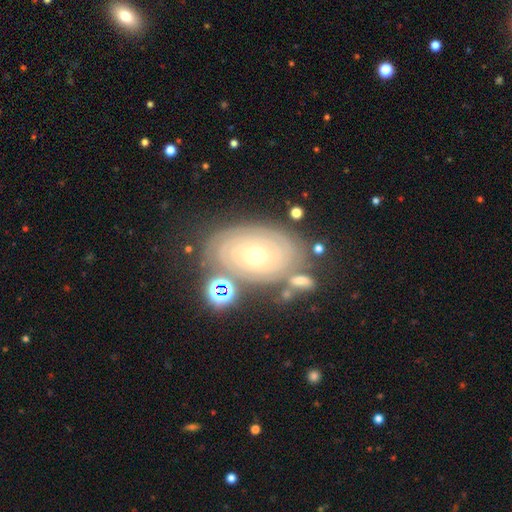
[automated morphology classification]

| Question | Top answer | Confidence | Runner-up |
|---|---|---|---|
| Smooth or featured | featured or disk | 76% | smooth (15%) |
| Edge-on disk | no | 94% | yes (6%) |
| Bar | no | 84% | weak (12%) |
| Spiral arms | yes | 84% | no (16%) |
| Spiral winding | tight | 85% | medium (11%) |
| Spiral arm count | can't tell | 53% | 2 (15%) |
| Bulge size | small | 58% | moderate (38%) |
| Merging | none | 69% | minor disturbance (17%) |